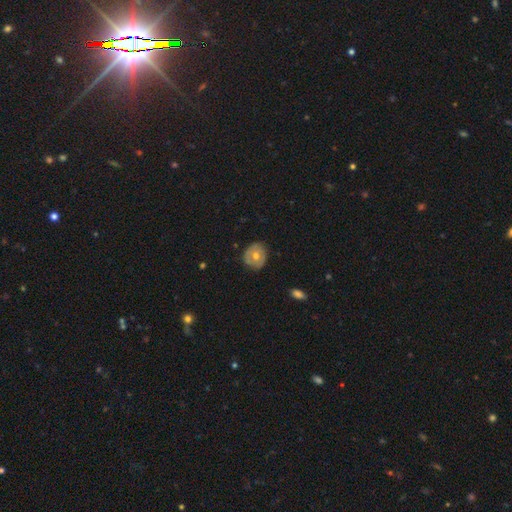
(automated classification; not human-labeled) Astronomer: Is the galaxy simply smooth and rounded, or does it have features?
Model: smooth — 51% (runner-up: featured or disk, 41%).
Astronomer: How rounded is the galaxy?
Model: round — 74%.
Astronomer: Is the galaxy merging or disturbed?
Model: none — 79%.